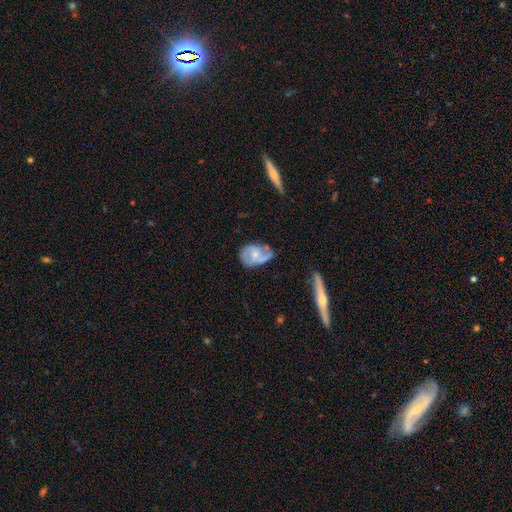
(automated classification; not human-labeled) smooth_or_featured: featured or disk (p=0.61) [alt: smooth p=0.33]
disk_edge_on: no (p=0.96) [alt: yes p=0.04]
bar: no (p=0.66) [alt: weak p=0.29]
has_spiral_arms: yes (p=0.83) [alt: no p=0.17]
bulge_size: small (p=0.55) [alt: moderate p=0.35]
merging: none (p=0.47) [alt: minor disturbance p=0.32]